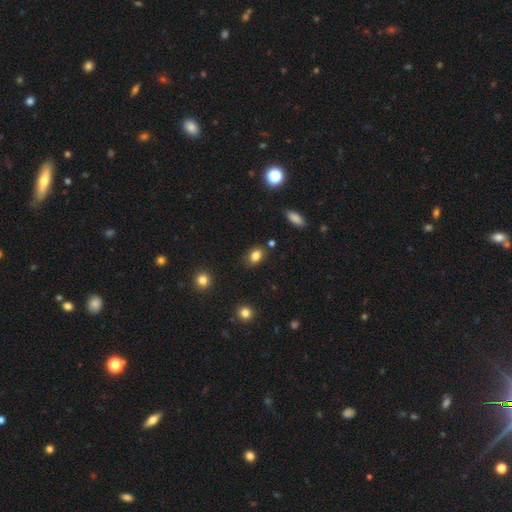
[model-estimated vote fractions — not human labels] Smooth or featured? smooth (83%)
How rounded? in between (74%)
Merging? none (80%)